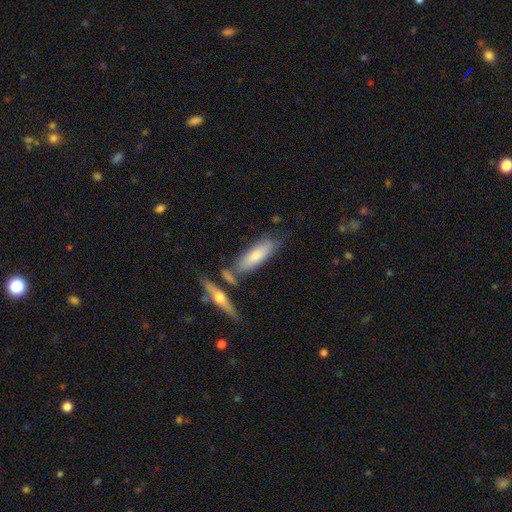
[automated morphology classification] Smooth or featured: smooth — 68% (featured or disk — 26%)
How rounded: in between — 52% (cigar-shaped — 46%)
Merging: none — 63% (merger — 17%)